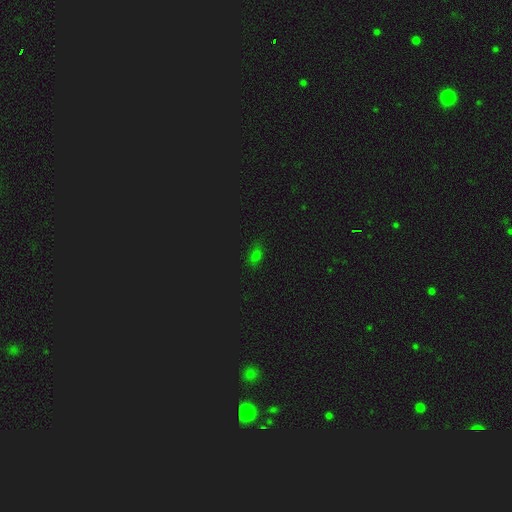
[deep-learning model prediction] Morphology: type=smooth (63%); roundness=in between (80%); merging=none (79%).